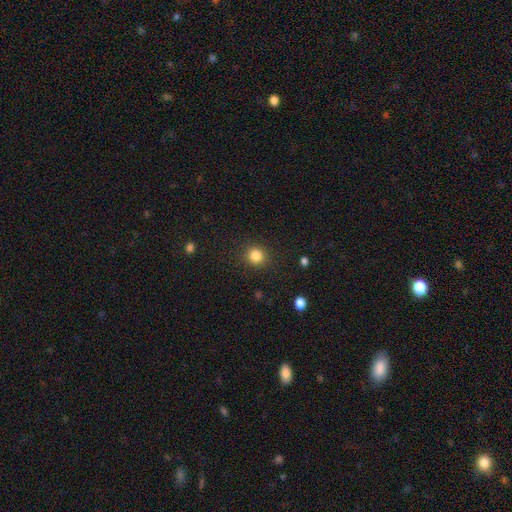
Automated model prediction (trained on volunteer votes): Smooth or featured: smooth — 84% (star or artifact — 12%)
How rounded: round — 89% (in between — 10%)
Merging: none — 89% (minor disturbance — 7%)